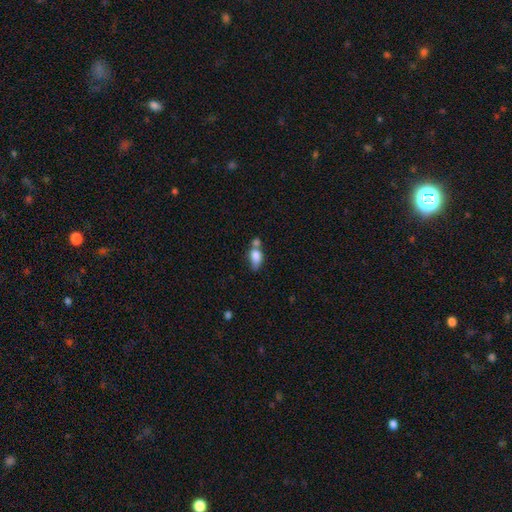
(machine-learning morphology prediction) Smooth or featured? smooth (78%)
How rounded? in between (79%)
Merging? merger (44%)